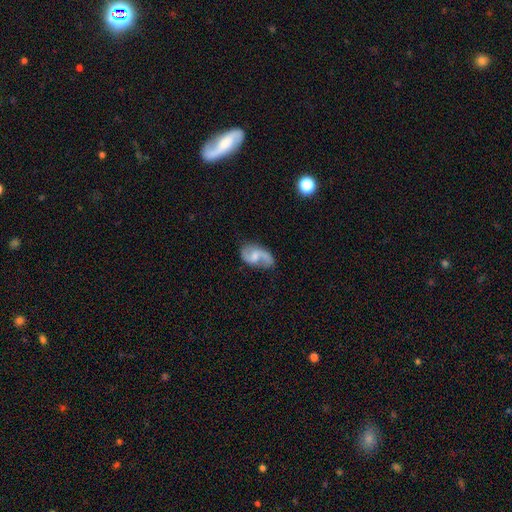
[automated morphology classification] smooth-or-featured: featured or disk: 70% | smooth: 24% | star or artifact: 6%
  disk-edge-on: no: 97% | yes: 3%
    bar: weak: 51% | no: 39% | strong: 10%
    has-spiral-arms: yes: 91% | no: 9%
      spiral-winding: loose: 56% | medium: 35% | tight: 9%
      spiral-arm-count: 2: 85% | 1: 7% | can't tell: 5% | 3: 1% | 4: 1% | more than 4: 1%
    bulge-size: moderate: 40% | small: 38% | none: 17% | large: 5% | dominant: 1%
  merging: none: 63% | minor disturbance: 24% | major disturbance: 10% | merger: 3%